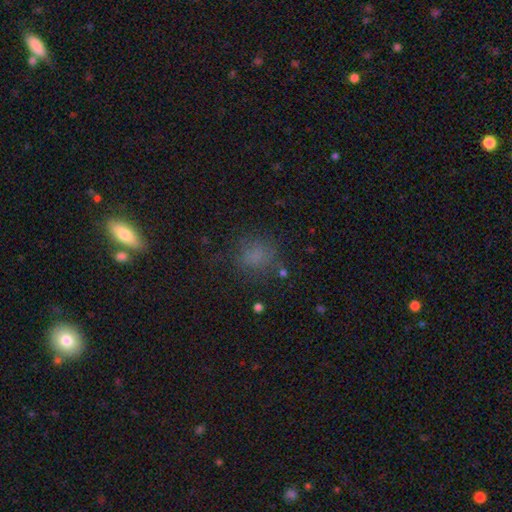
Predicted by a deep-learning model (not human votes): The model was most divided on "how rounded": round: 71%, in between: 27%, cigar-shaped: 1%. More confident: merging — none (70%); smooth or featured — smooth (70%).